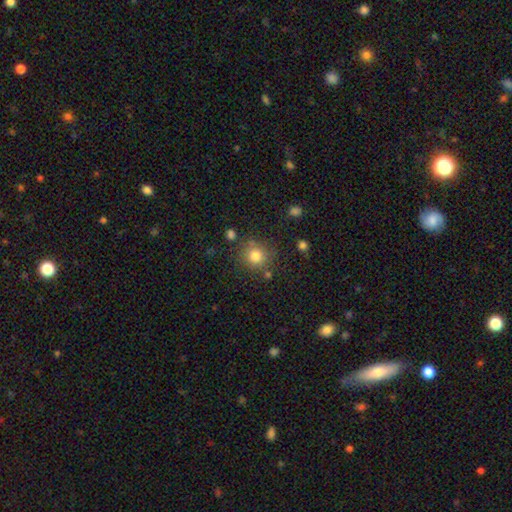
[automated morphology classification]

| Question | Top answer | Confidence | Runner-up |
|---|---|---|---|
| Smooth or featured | smooth | 81% | star or artifact (12%) |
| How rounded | round | 90% | in between (9%) |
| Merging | none | 77% | minor disturbance (12%) |